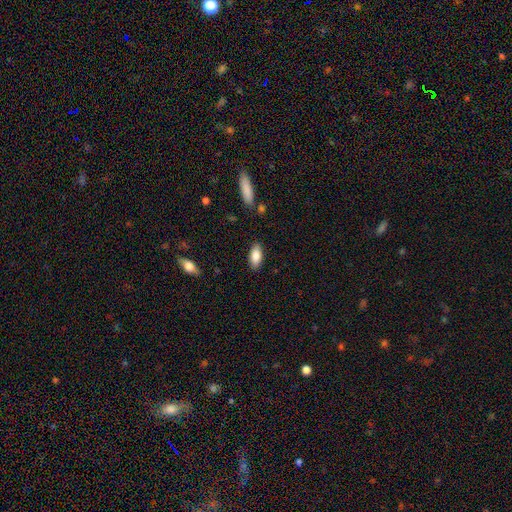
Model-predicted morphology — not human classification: This is clearly a smooth galaxy (83%). How rounded: clearly in between (85%). Merging: clearly none (86%).